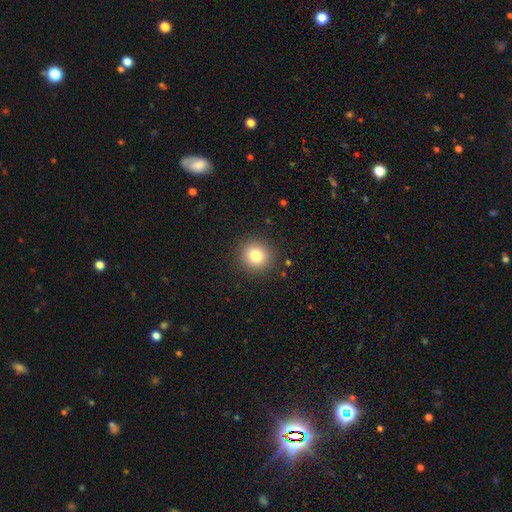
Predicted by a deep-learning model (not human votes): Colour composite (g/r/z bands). It shows a smooth galaxy with no disk features (80%) that is round (91%). Merging: none (90%).